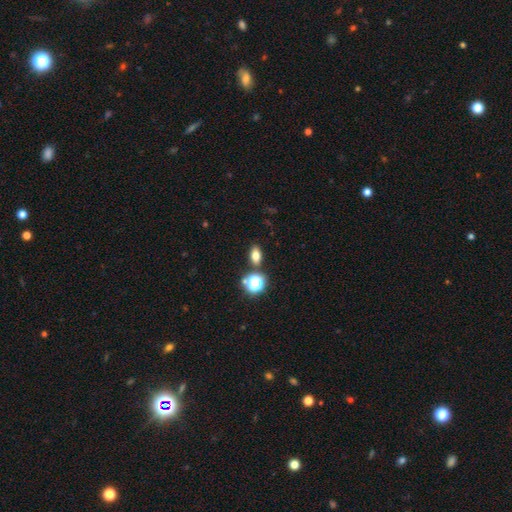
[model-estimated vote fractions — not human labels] Q: Smooth or featured?
A: smooth (72%); runner-up: star or artifact (17%)
Q: How rounded?
A: in between (75%); runner-up: round (20%)
Q: Merging?
A: none (81%); runner-up: minor disturbance (9%)